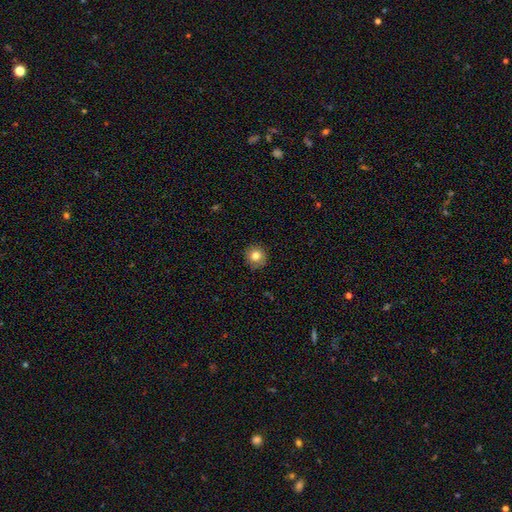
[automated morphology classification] Smooth or featured? smooth (81%)
How rounded? round (93%)
Merging? none (89%)